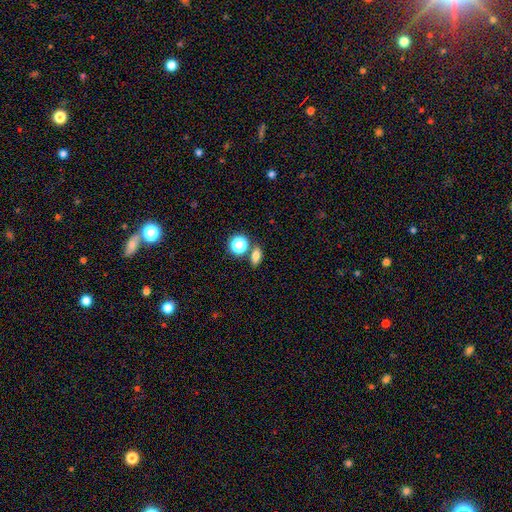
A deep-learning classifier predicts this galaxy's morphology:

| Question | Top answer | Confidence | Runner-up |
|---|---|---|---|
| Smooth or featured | smooth | 76% | star or artifact (16%) |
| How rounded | in between | 72% | round (23%) |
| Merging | none | 71% | merger (16%) |